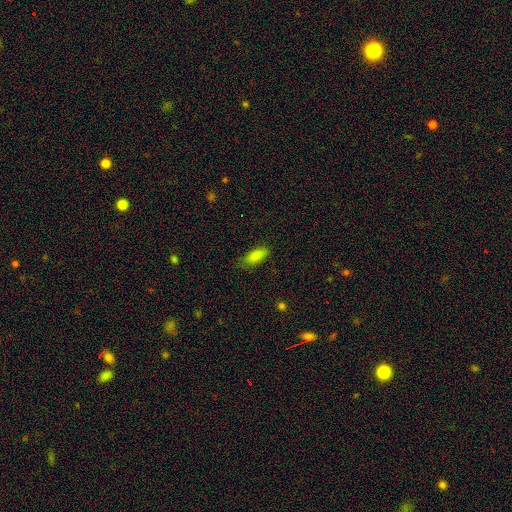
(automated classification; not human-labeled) smooth 84%, star or artifact 8%, featured or disk 8%. Down the decision tree: how rounded — in between (79%); merging — none (78%).